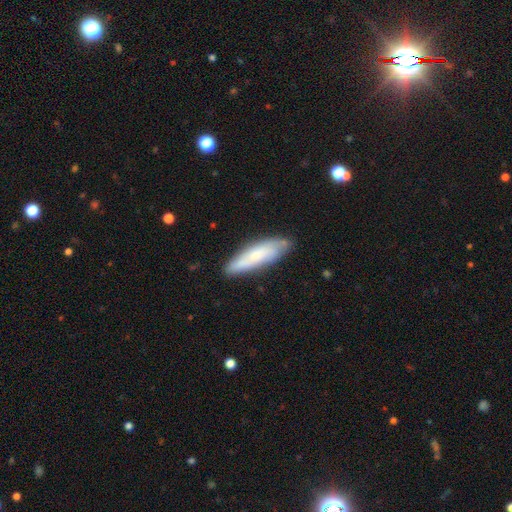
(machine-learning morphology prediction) type=smooth (60%); roundness=cigar-shaped (63%); merging=none (80%).